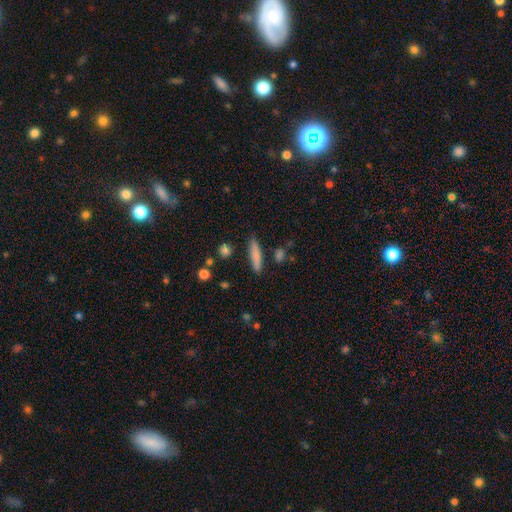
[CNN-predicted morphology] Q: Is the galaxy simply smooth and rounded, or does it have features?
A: smooth — 81%.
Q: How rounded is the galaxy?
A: cigar-shaped — 84%.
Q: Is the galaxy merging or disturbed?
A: none — 86%.